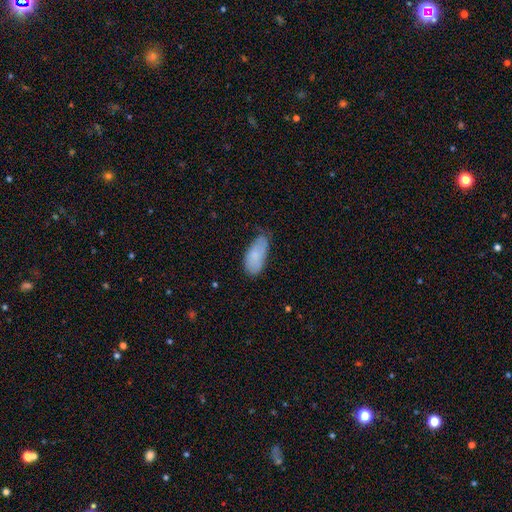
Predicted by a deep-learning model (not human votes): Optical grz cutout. It shows a smooth galaxy with no disk features (80%) that is in between round and cigar-shaped (91%). Merging: none (44%).